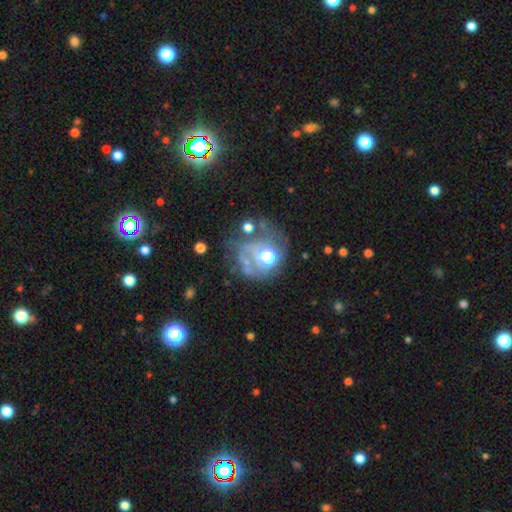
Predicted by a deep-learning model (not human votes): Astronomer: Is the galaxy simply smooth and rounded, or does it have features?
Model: featured or disk — 46% (runner-up: smooth, 27%).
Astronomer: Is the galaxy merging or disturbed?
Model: none — 50%.